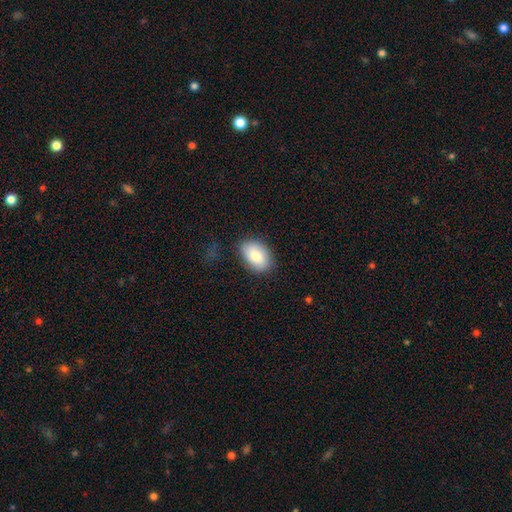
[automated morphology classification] smooth 83%, featured or disk 10%, star or artifact 6%. Down the decision tree: how rounded — in between (89%); merging — none (79%).